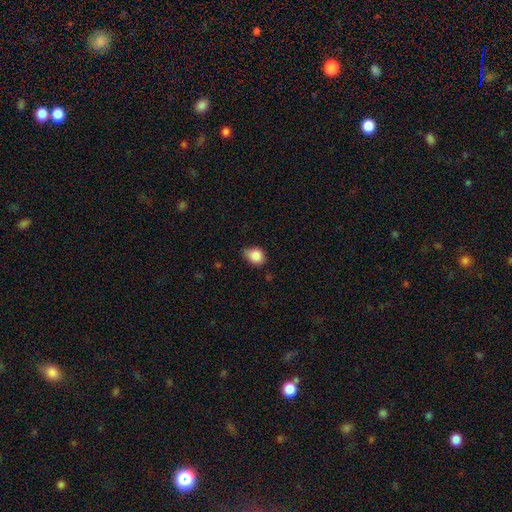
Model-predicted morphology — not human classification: A smooth galaxy with no disk features (87%) that is in between round and cigar-shaped (52%).

Vote fractions:
- Smooth or featured? smooth: 87% / star or artifact: 9% / featured or disk: 5%
- How rounded? in between: 52% / round: 47% / cigar-shaped: 1%
- Merging? none: 59% / minor disturbance: 34% / major disturbance: 5% / merger: 2%